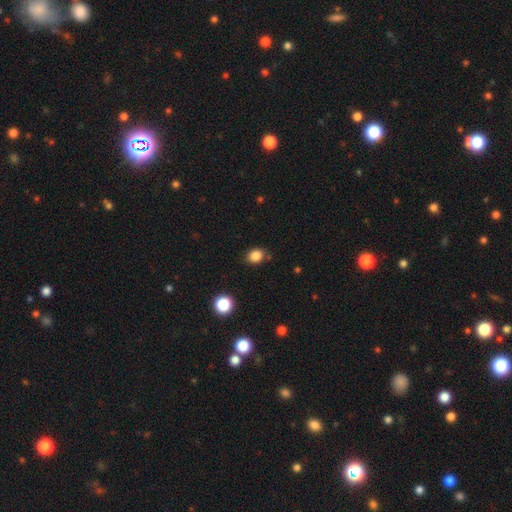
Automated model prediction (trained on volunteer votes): A smooth galaxy with no disk features (85%) that is round (51%). Merging: none (80%).